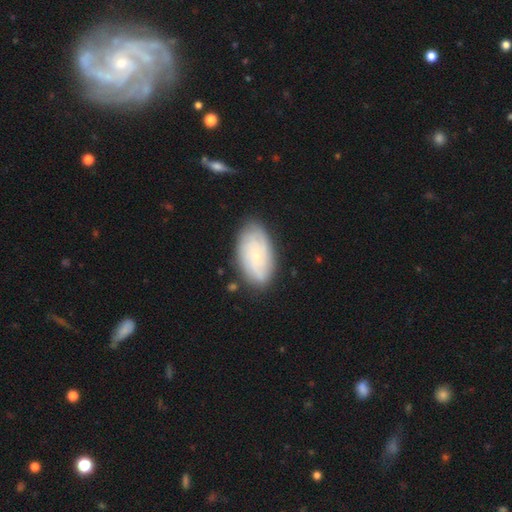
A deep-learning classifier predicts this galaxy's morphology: This is possibly a featured or disk galaxy (52%). It is clearly not viewed edge-on (94%). Merging: likely none (79%).